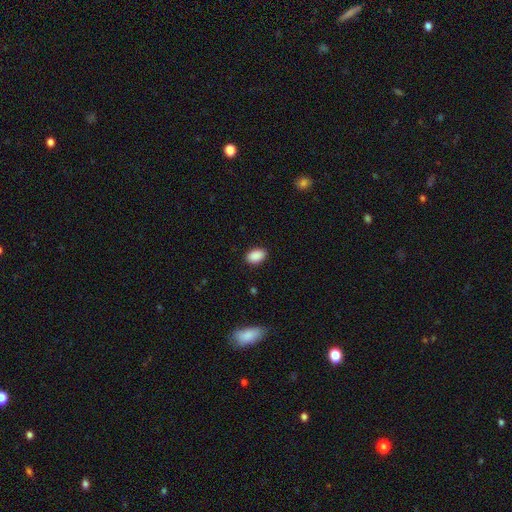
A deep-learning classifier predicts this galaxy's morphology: The model was most divided on "how rounded": in between: 87%, round: 12%, cigar-shaped: 1%. More confident: smooth or featured — smooth (90%); merging — none (87%).